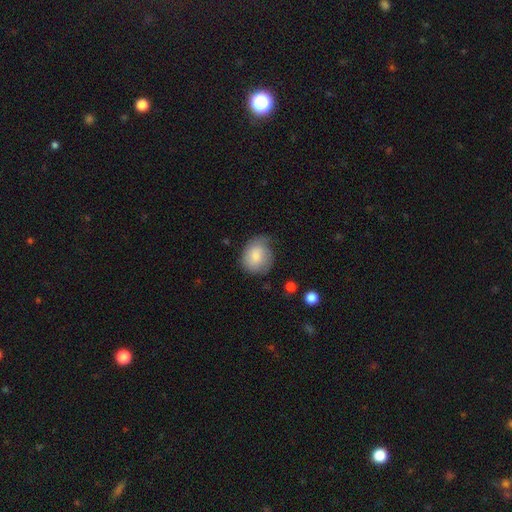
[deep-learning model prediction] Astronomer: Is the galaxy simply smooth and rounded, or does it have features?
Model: smooth — 72%.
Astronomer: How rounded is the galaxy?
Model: round — 67%.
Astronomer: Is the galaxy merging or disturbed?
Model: none — 52% (runner-up: minor disturbance, 34%).